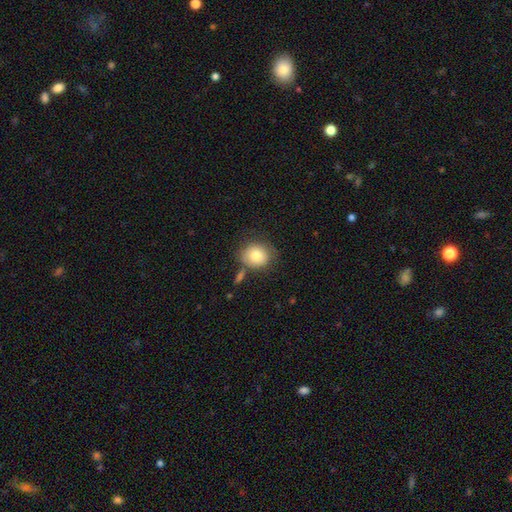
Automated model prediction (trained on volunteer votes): This is likely a smooth galaxy (79%). How rounded: likely round (77%). Merging: likely none (69%).